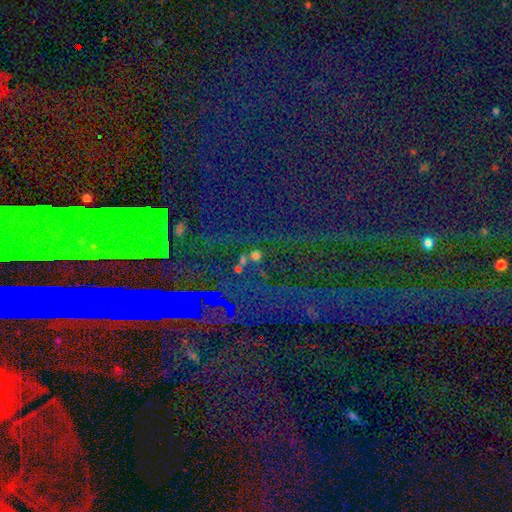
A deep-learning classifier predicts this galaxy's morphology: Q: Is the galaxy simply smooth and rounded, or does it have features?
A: star or artifact — 51%.